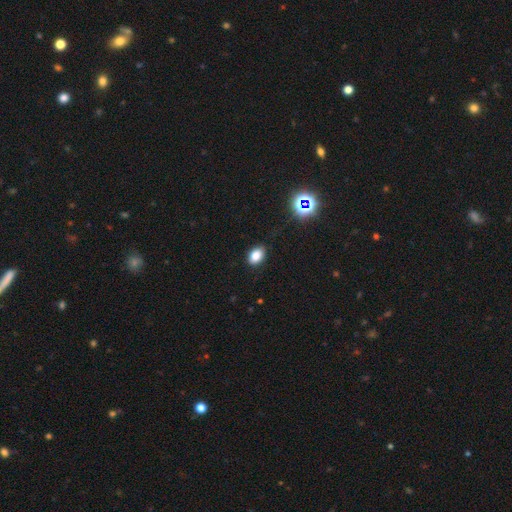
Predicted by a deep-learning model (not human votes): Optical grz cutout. It shows a smooth galaxy with no disk features (82%) that is in between round and cigar-shaped (81%). Merging: none (86%).